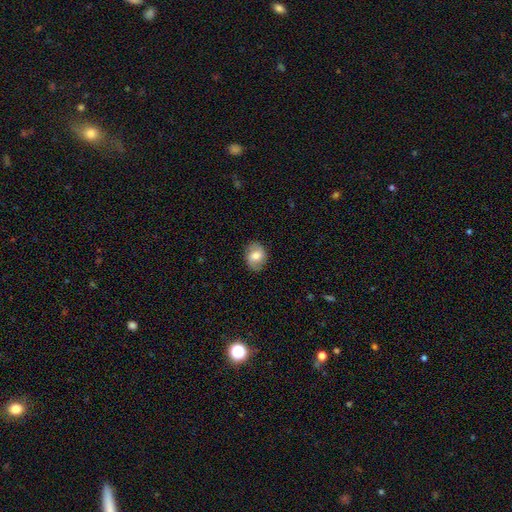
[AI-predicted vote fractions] The model was most divided on "how rounded": in between: 57%, round: 42%, cigar-shaped: 1%. More confident: merging — none (83%); smooth or featured — smooth (62%).